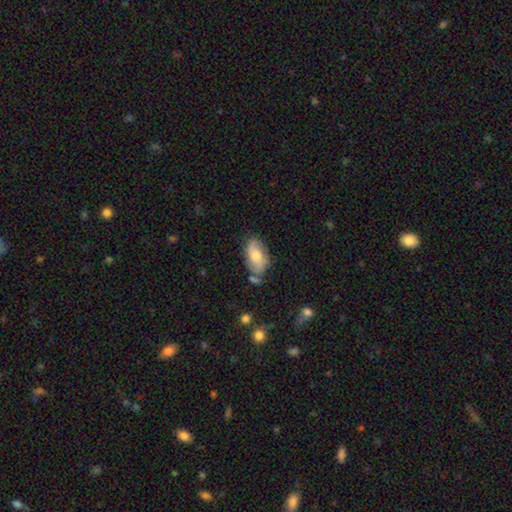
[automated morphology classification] A smooth galaxy with no disk features (46%, tied with featured or disk). Merging: none (65%).